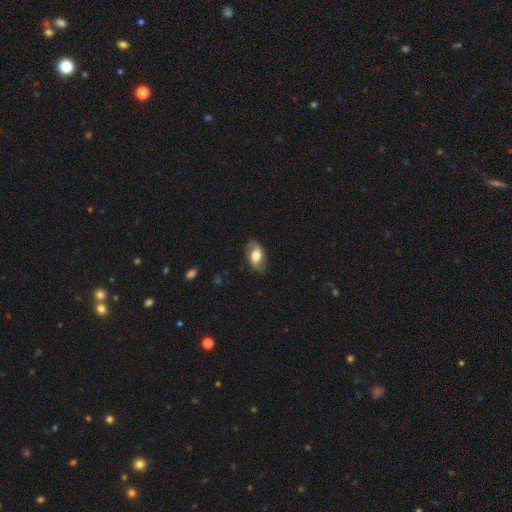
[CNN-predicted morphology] Smooth or featured: smooth — 48% (featured or disk — 45%)
Merging: none — 79% (minor disturbance — 16%)